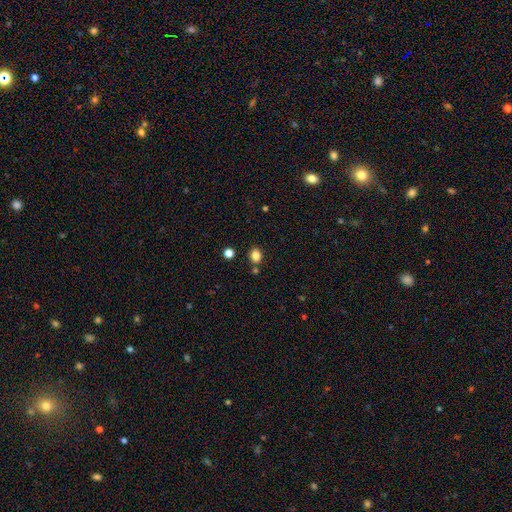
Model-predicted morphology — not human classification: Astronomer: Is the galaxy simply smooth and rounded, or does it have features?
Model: smooth — 83%.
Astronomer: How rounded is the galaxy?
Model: round — 62%.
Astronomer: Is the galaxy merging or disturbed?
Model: none — 80%.